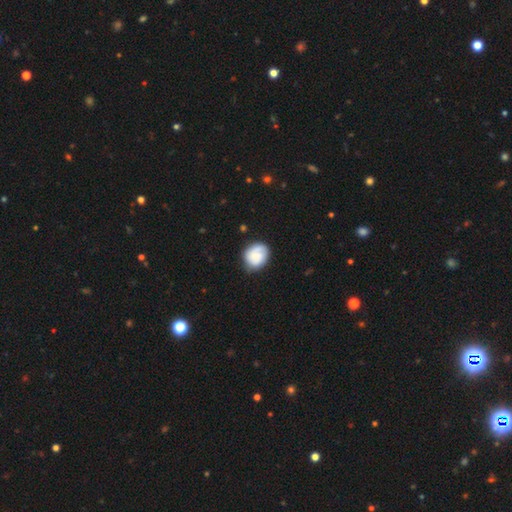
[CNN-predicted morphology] A smooth galaxy with no disk features (62%) that is round (70%). Merging: none (73%).